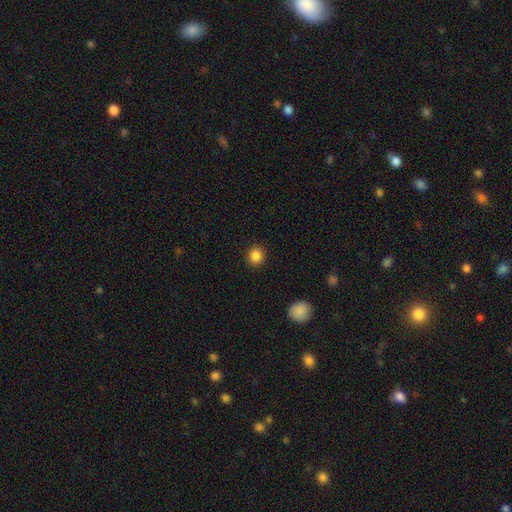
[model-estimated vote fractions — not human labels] This appears to be a smooth galaxy with no disk features (86%) that is round (85%). Merging: none (91%).